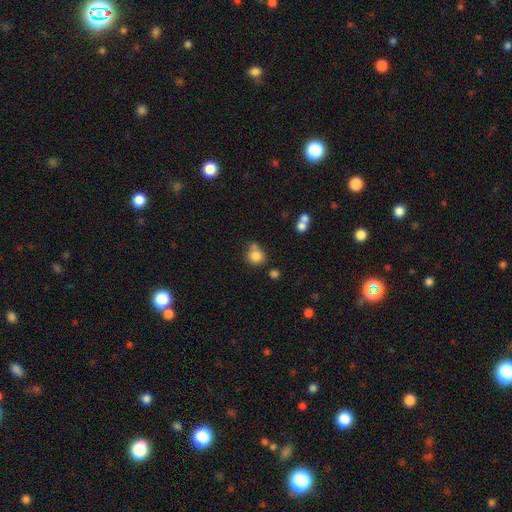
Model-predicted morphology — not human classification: smooth_or_featured: smooth (p=0.81) [alt: star or artifact p=0.11]
how_rounded: round (p=0.84) [alt: in between p=0.15]
merging: none (p=0.58) [alt: merger p=0.20]